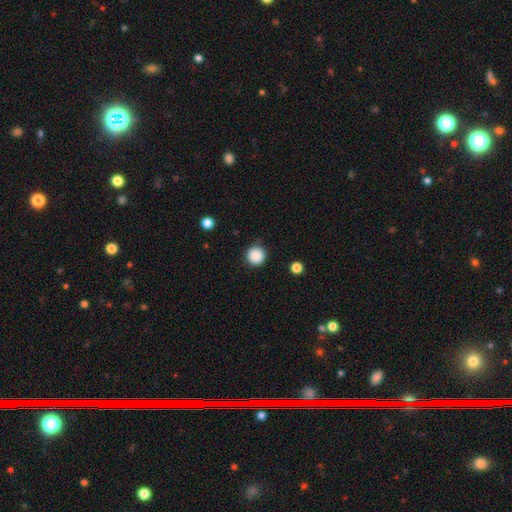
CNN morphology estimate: This is clearly a smooth galaxy (88%). How rounded: clearly round (96%). Merging: clearly none (90%).